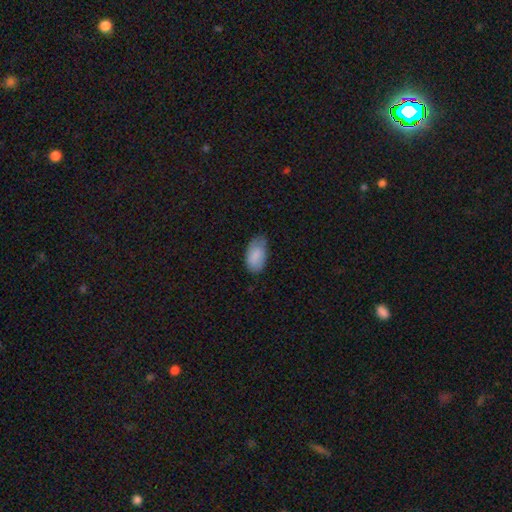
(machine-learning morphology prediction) Overall: smooth (83%). How rounded: in between (95%). Merging: none (60%; minor disturbance 32%).